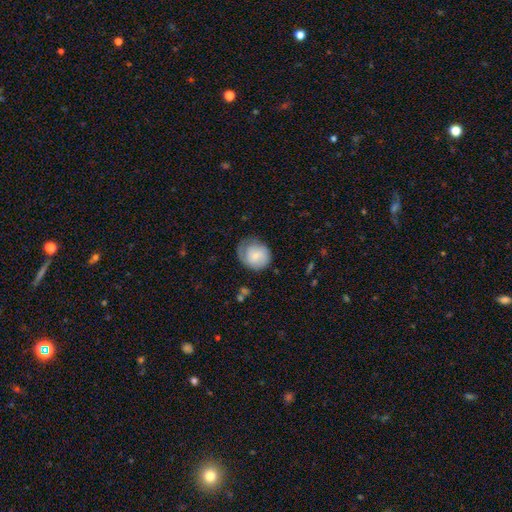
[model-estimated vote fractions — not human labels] A smooth galaxy with no disk features (60%) that is round (73%).

Vote fractions:
- Smooth or featured? smooth: 60% / featured or disk: 33% / star or artifact: 7%
- How rounded? round: 73% / in between: 26% / cigar-shaped: 1%
- Merging? none: 52% / minor disturbance: 31% / major disturbance: 15% / merger: 2%